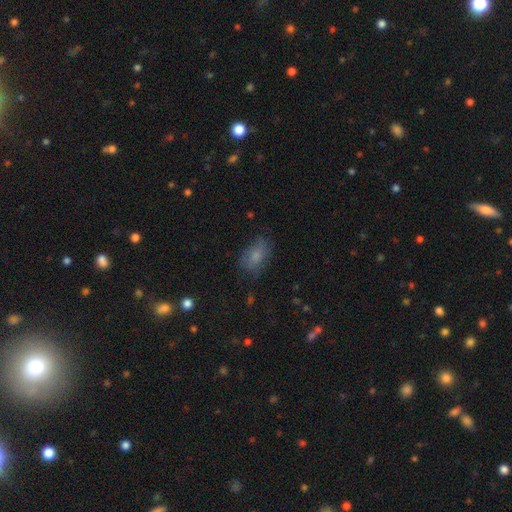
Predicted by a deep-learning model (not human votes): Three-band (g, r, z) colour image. It shows a smooth galaxy with no disk features (72%) that is in between round and cigar-shaped (87%). Merging: none (62%).